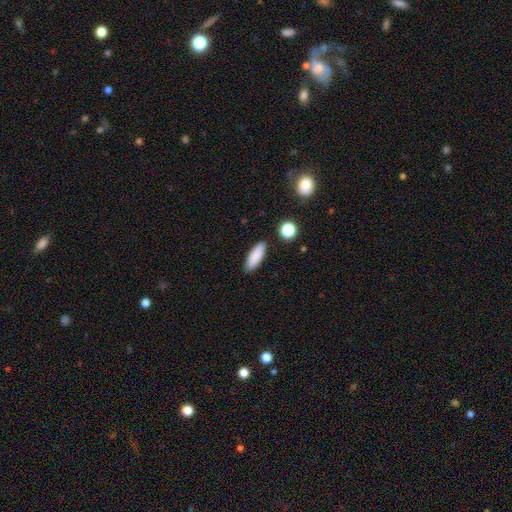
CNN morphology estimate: smooth-or-featured: smooth: 87% | star or artifact: 7% | featured or disk: 6%
  how-rounded: in between: 60% | cigar-shaped: 37% | round: 2%
  merging: none: 87% | minor disturbance: 9% | major disturbance: 2% | merger: 2%